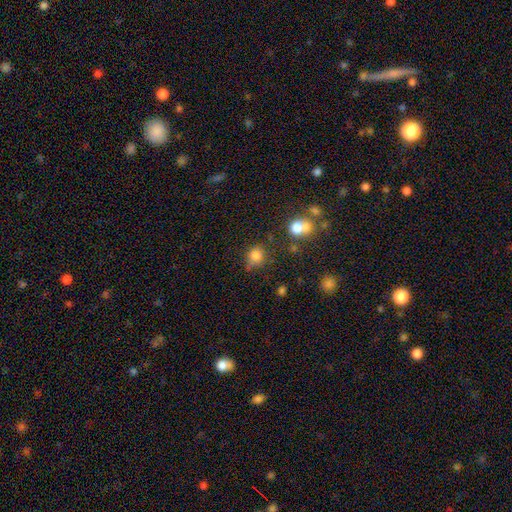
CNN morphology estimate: A smooth galaxy with no disk features (80%) that is round (72%).

Vote fractions:
- Smooth or featured? smooth: 80% / star or artifact: 13% / featured or disk: 7%
- How rounded? round: 72% / in between: 27% / cigar-shaped: 1%
- Merging? none: 60% / minor disturbance: 24% / merger: 8% / major disturbance: 8%